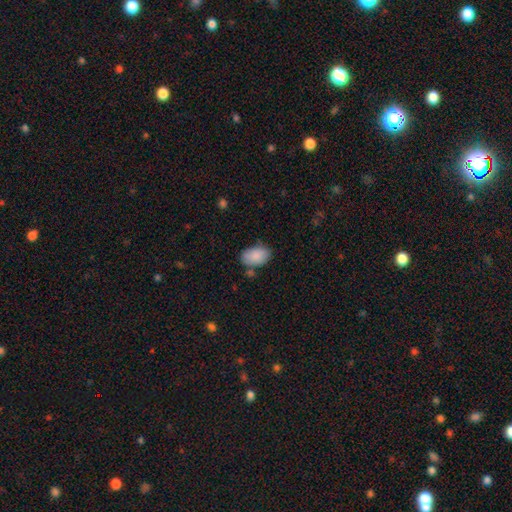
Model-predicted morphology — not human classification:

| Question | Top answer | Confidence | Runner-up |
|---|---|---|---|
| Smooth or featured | smooth | 88% | star or artifact (6%) |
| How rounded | in between | 91% | round (7%) |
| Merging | none | 70% | minor disturbance (18%) |